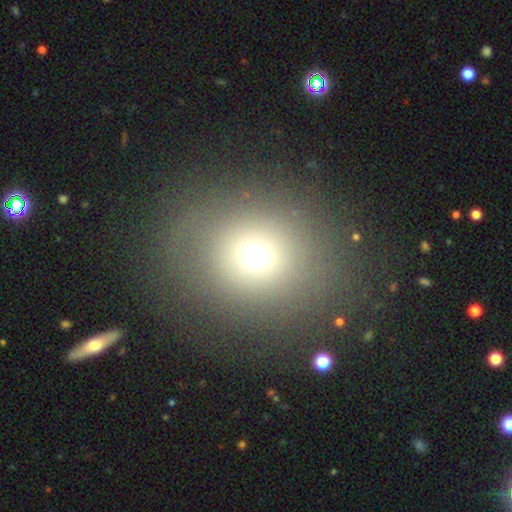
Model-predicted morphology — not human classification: This appears to be a smooth galaxy with no disk features (68%) that is round (80%). Merging: none (79%).